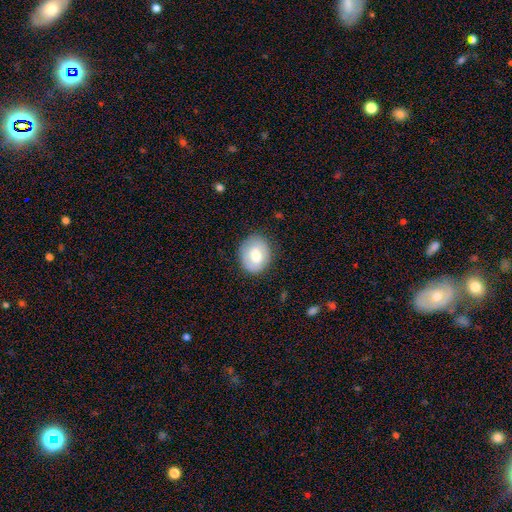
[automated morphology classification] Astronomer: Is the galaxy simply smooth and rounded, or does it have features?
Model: smooth — 68%.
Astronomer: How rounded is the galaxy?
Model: round — 55% (runner-up: in between, 44%).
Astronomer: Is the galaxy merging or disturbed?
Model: none — 79%.